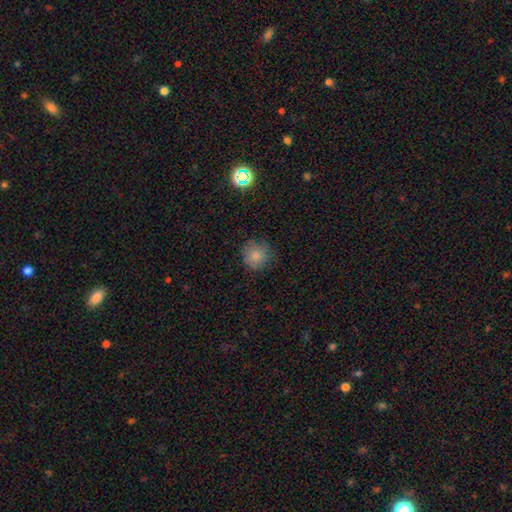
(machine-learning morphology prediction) This is clearly a smooth galaxy (82%). How rounded: clearly round (91%). Merging: likely none (78%).